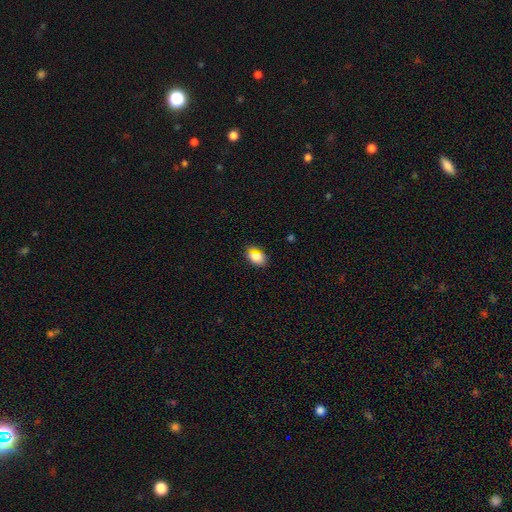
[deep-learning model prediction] A smooth galaxy with no disk features (77%) that is in between round and cigar-shaped (80%). Merging: none (79%).